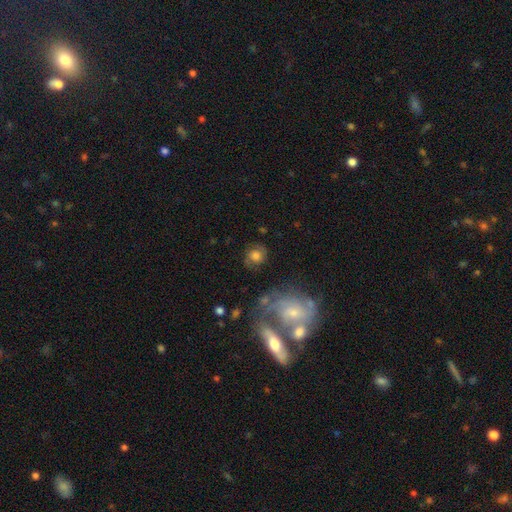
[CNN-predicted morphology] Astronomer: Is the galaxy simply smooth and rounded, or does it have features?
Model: smooth — 57% (runner-up: featured or disk, 32%).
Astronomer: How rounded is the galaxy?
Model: round — 79%.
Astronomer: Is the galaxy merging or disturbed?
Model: none — 73%.